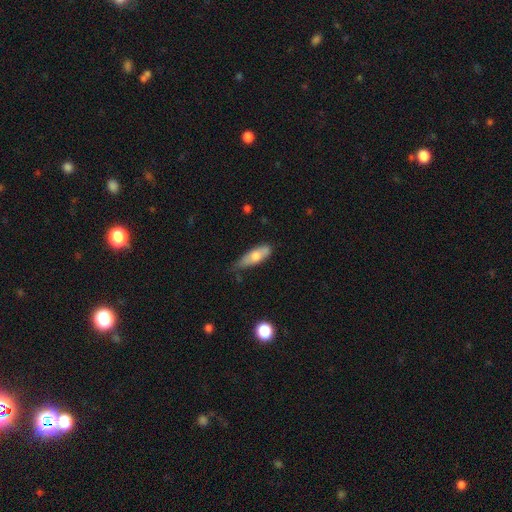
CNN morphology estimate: A smooth galaxy with no disk features (68%) that is in between round and cigar-shaped (60%). Merging: none (49%).